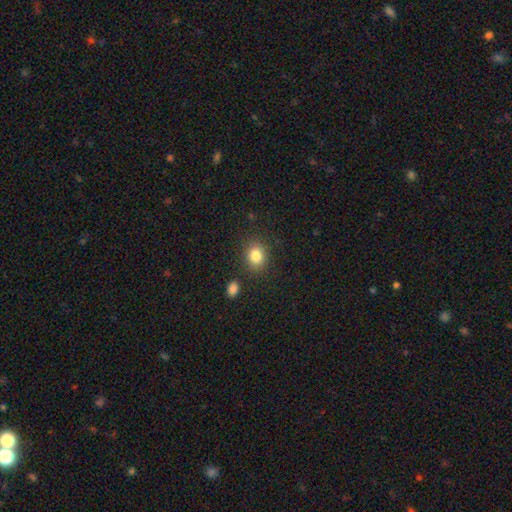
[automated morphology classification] This is clearly a smooth galaxy (84%). How rounded: possibly round (56%). Merging: clearly none (83%).